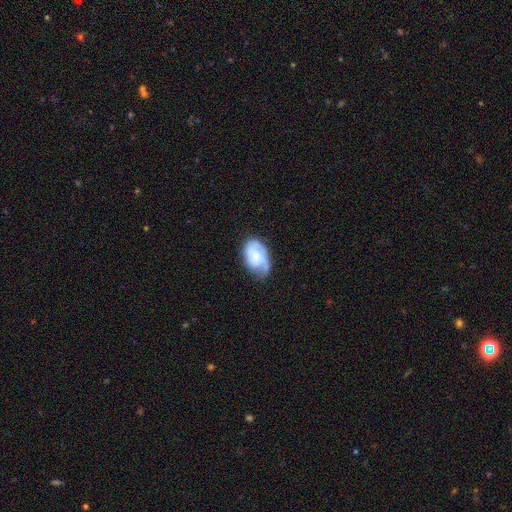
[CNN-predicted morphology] type=featured or disk (52%); edge-on=no (96%); bar=no (73%); spiral arms=yes (85%); bulge=small (54%); merging=none (53%).